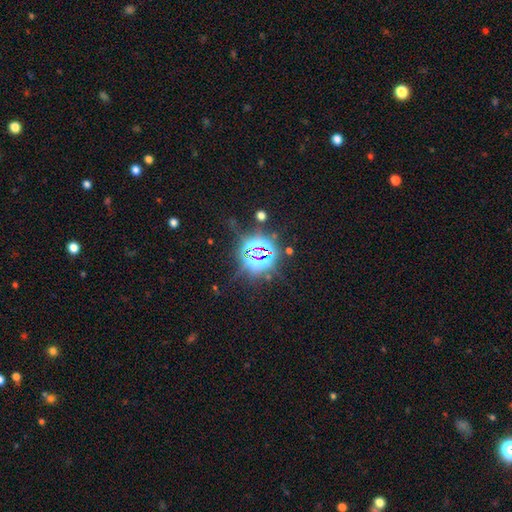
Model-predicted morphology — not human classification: This is clearly a star or artifact rather than a galaxy (80%).